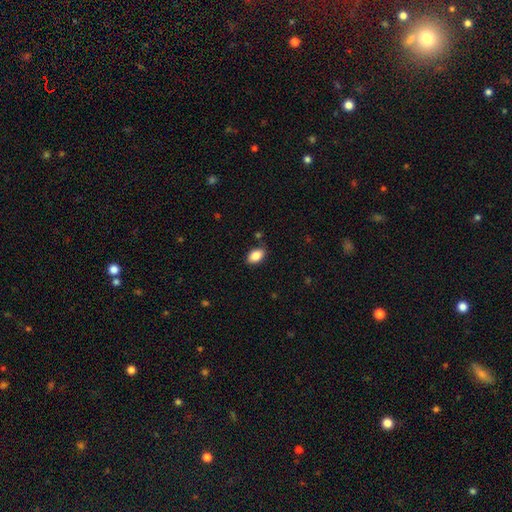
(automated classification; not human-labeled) Overall: smooth (86%). How rounded: in between (90%). Merging: none (85%).